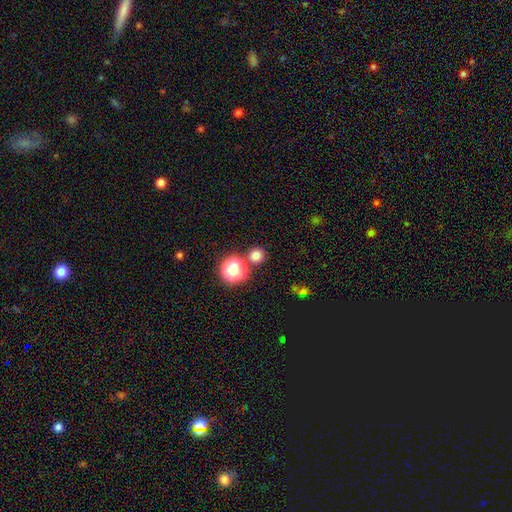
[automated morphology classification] Smooth or featured? Predicted: smooth (p=0.76). How rounded? Predicted: round (p=0.93). Merging? Predicted: none (p=0.80).